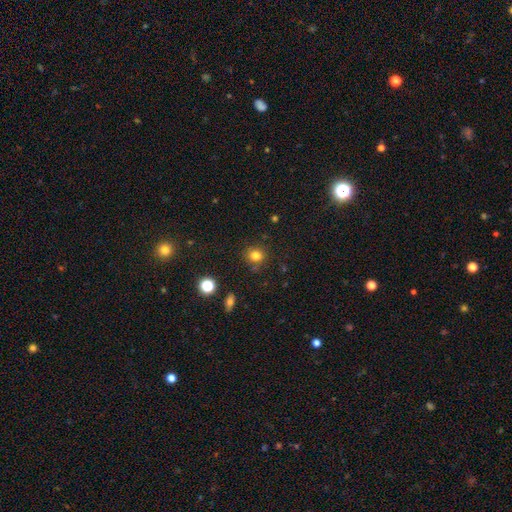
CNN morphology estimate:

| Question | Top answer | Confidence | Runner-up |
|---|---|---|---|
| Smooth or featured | smooth | 80% | star or artifact (14%) |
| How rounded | round | 86% | in between (13%) |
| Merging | none | 83% | minor disturbance (11%) |